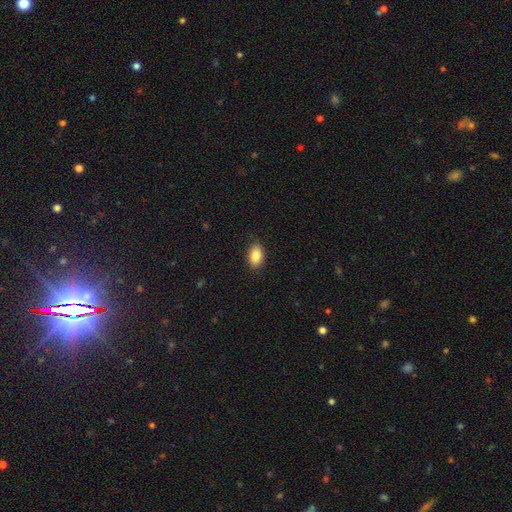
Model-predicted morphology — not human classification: Smooth or featured? Predicted: smooth (p=0.87). How rounded? Predicted: in between (p=0.91). Merging? Predicted: none (p=0.88).